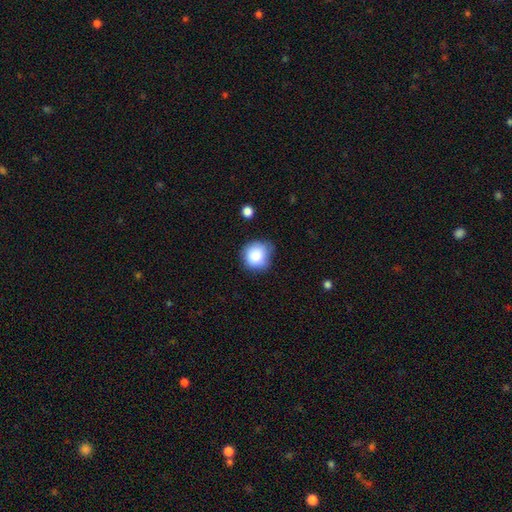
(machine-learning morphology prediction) type=smooth (85%); roundness=round (90%); merging=none (67%).